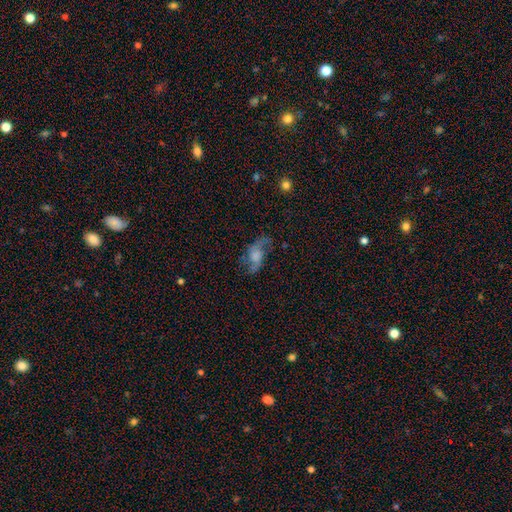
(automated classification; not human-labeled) Overall: featured or disk (64%; smooth 26%). Edge-on disk: no (94%). Bar: no (63%; weak 30%). Spiral arms: yes (86%). Spiral arm count: 2 (87%). Spiral winding: loose (74%). Bulge size: none (34%; large 24%). Merging: none (56%; minor disturbance 21%).